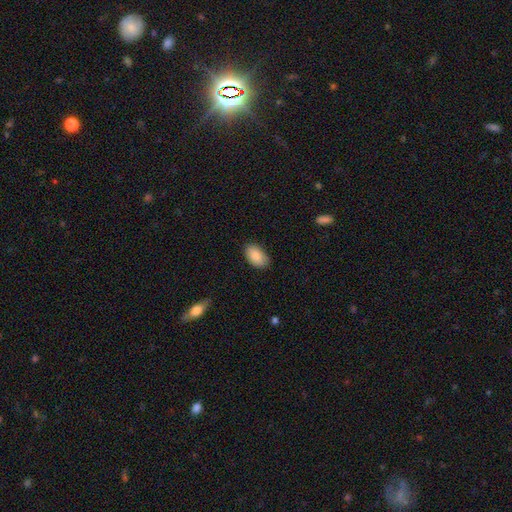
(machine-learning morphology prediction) The model was most divided on "merging": none: 82%, minor disturbance: 14%, major disturbance: 3%, merger: 1%. More confident: how rounded — in between (93%); smooth or featured — smooth (88%).